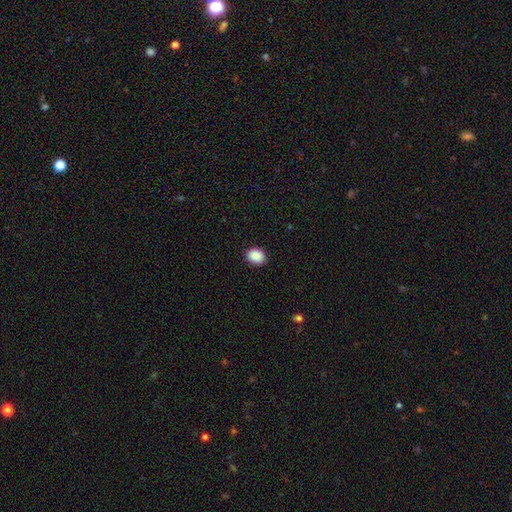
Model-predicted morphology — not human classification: smooth 89%, star or artifact 8%, featured or disk 2%. Down the decision tree: how rounded — in between (53%); merging — none (88%).